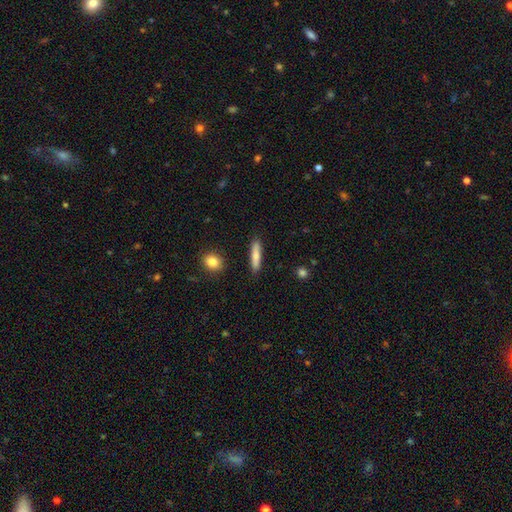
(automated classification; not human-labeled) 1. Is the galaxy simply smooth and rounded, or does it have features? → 78% smooth, 16% featured or disk, 6% star or artifact.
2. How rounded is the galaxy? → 85% cigar-shaped, 13% in between, 2% round.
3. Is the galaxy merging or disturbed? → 89% none, 8% minor disturbance, 2% major disturbance, 2% merger.